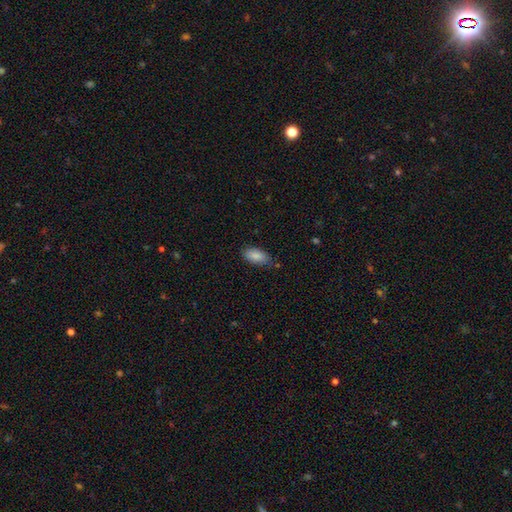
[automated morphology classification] smooth_or_featured: smooth (p=0.87) [alt: star or artifact p=0.07]
how_rounded: in between (p=0.91) [alt: cigar-shaped p=0.06]
merging: none (p=0.75) [alt: minor disturbance p=0.19]